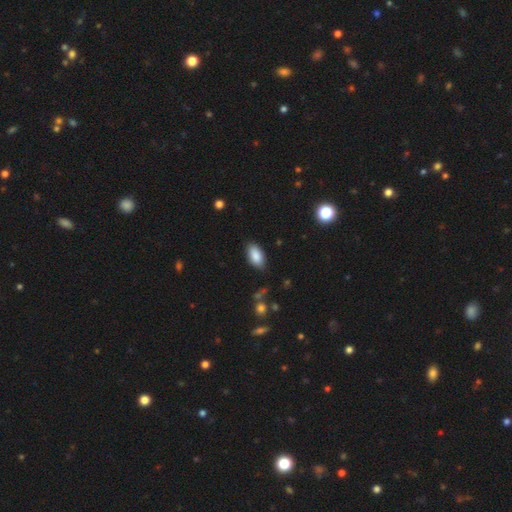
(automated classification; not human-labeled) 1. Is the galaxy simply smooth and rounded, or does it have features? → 87% smooth, 7% star or artifact, 5% featured or disk.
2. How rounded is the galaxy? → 93% in between, 4% cigar-shaped, 3% round.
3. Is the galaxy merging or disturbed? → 86% none, 10% minor disturbance, 2% major disturbance, 1% merger.